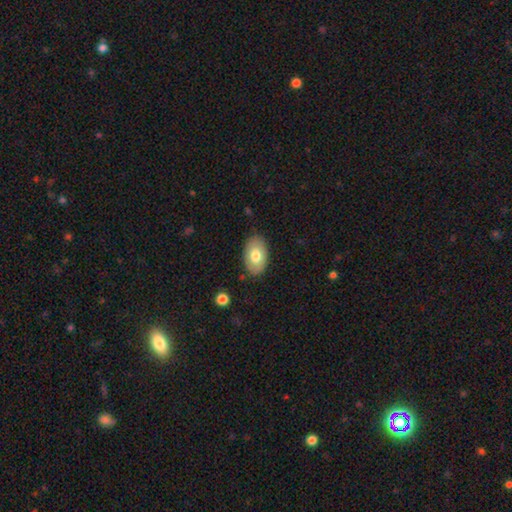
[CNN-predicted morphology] A smooth galaxy with no disk features (71%) that is in between round and cigar-shaped (92%).

Vote fractions:
- Smooth or featured? smooth: 71% / featured or disk: 23% / star or artifact: 6%
- How rounded? in between: 92% / round: 6% / cigar-shaped: 1%
- Merging? none: 85% / minor disturbance: 12% / major disturbance: 3% / merger: 1%